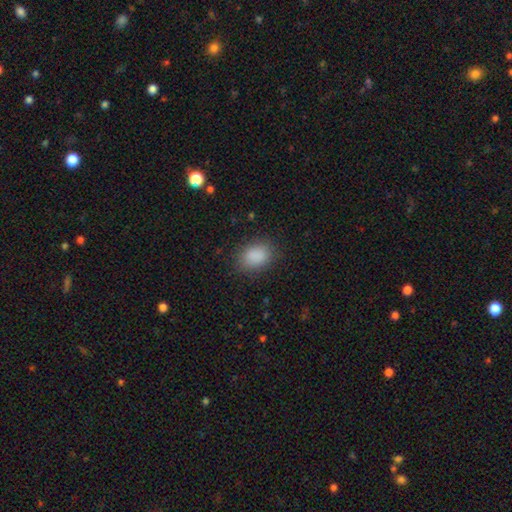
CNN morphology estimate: Smooth or featured?
  - smooth: 88% *
  - star or artifact: 9%
  - featured or disk: 4%
How rounded?
  - in between: 70% *
  - round: 29%
  - cigar-shaped: 1%
Merging?
  - none: 83% *
  - minor disturbance: 12%
  - major disturbance: 4%
  - merger: 1%